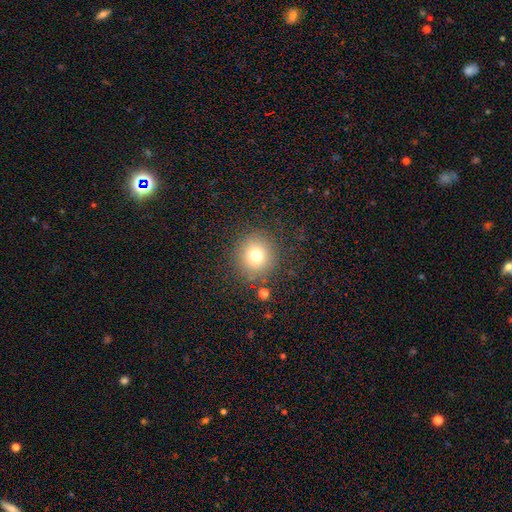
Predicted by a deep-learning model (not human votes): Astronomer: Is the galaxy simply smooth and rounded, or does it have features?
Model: smooth — 73%.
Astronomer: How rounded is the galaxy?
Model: round — 92%.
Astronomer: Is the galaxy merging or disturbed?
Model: none — 86%.